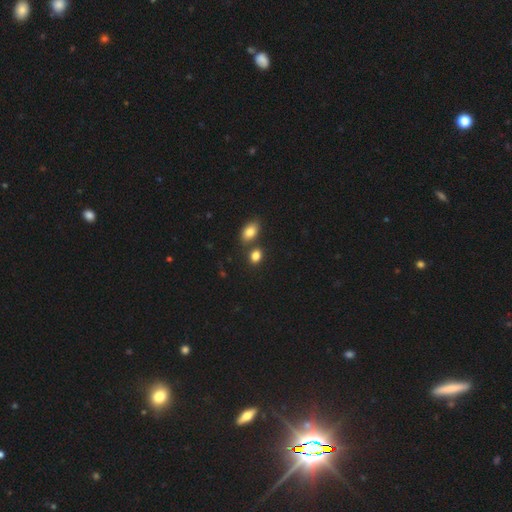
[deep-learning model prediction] Q: Smooth or featured?
A: smooth (83%); runner-up: star or artifact (10%)
Q: How rounded?
A: in between (63%); runner-up: round (35%)
Q: Merging?
A: none (62%); runner-up: merger (24%)